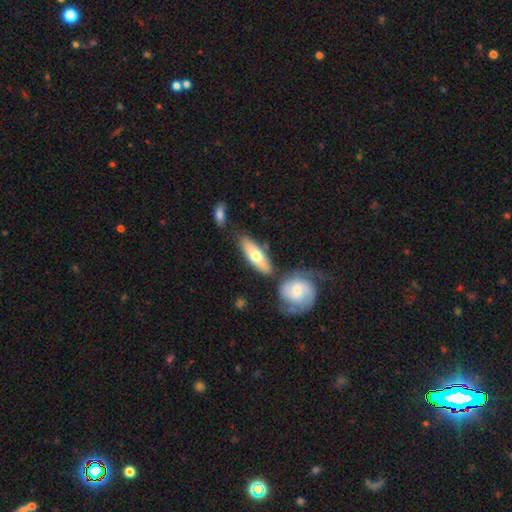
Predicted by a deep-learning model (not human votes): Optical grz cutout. It shows a smooth galaxy with no disk features (58%) that is in between round and cigar-shaped (61%). Merging: none (69%).